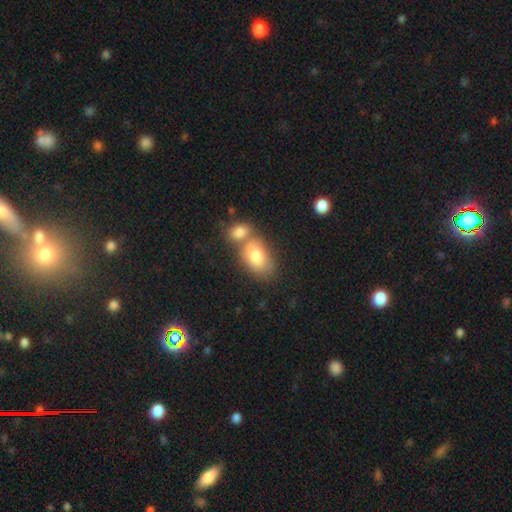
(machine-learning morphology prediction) Smooth or featured? Predicted: smooth (p=0.78). How rounded? Predicted: in between (p=0.87). Merging? Predicted: merger (p=0.46).